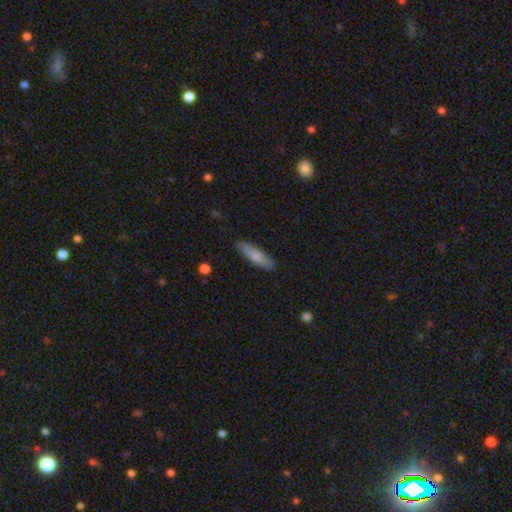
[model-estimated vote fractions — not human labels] A smooth galaxy with no disk features (75%) that is cigar-shaped (70%). Merging: none (87%).